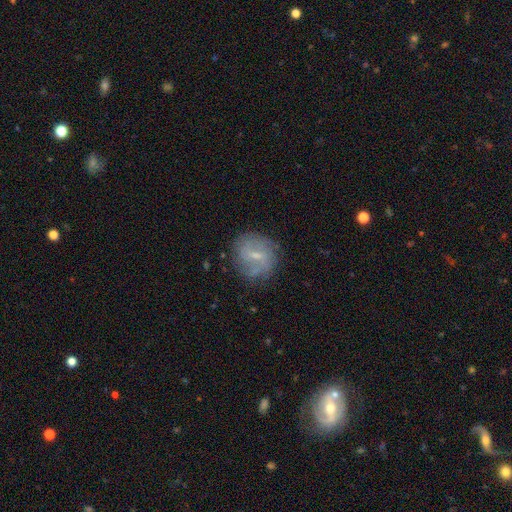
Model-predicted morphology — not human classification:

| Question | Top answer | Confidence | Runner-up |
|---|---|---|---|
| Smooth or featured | featured or disk | 59% | smooth (33%) |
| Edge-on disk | no | 96% | yes (4%) |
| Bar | weak | 58% | no (24%) |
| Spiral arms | yes | 70% | no (30%) |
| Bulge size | small | 62% | moderate (26%) |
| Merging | none | 73% | minor disturbance (18%) |